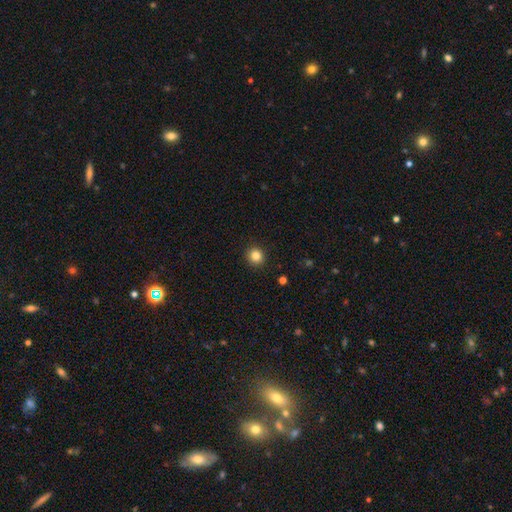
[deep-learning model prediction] smooth 84%, star or artifact 11%, featured or disk 5%. Down the decision tree: how rounded — round (90%); merging — none (92%).